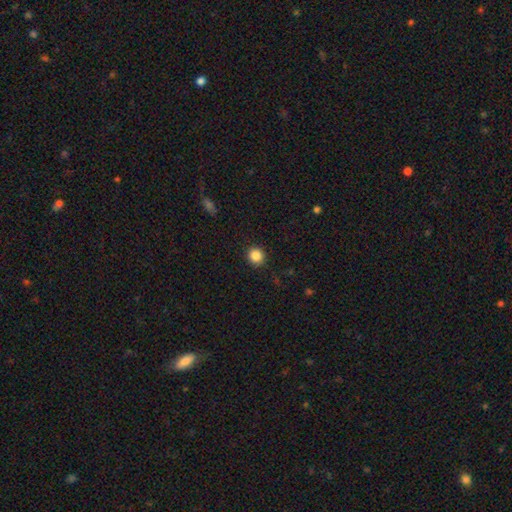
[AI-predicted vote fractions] smooth_or_featured: smooth (p=0.87) [alt: star or artifact p=0.10]
how_rounded: round (p=0.90) [alt: in between p=0.09]
merging: none (p=0.91) [alt: minor disturbance p=0.06]